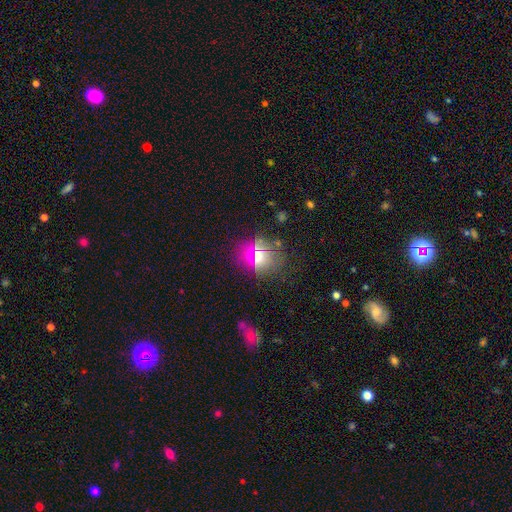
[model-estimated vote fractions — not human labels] Smooth or featured: smooth — 60% (star or artifact — 23%)
How rounded: round — 65% (in between — 33%)
Merging: none — 79% (minor disturbance — 13%)